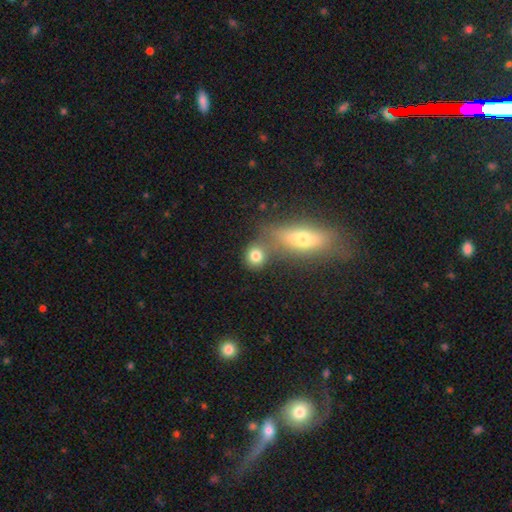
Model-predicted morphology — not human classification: Smooth or featured: smooth — 79% (star or artifact — 11%)
How rounded: round — 75% (in between — 23%)
Merging: none — 54% (merger — 31%)